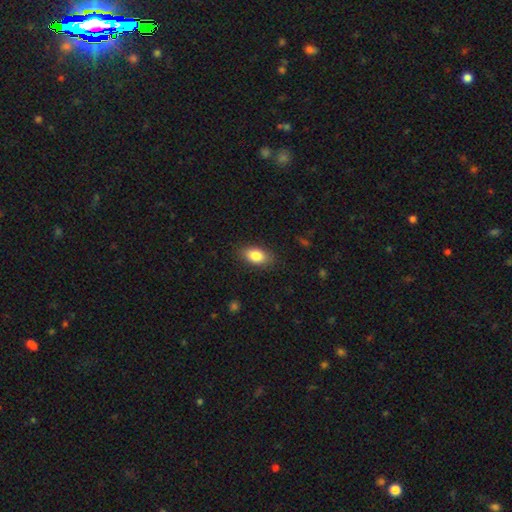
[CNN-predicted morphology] This appears to be a smooth galaxy with no disk features (84%) that is in between round and cigar-shaped (90%). Merging: none (86%).